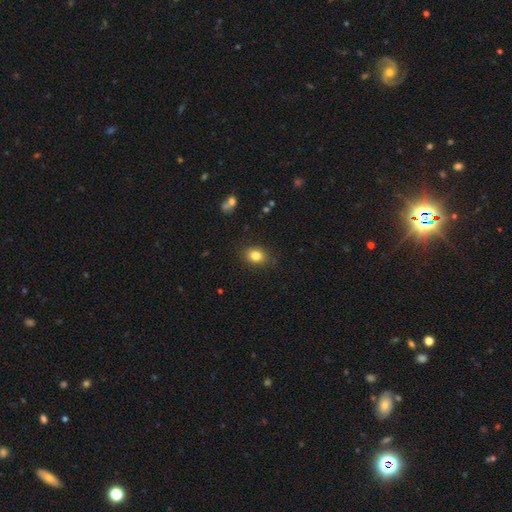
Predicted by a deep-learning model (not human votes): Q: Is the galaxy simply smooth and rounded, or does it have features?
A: smooth — 82%.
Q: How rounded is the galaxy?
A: in between — 64%.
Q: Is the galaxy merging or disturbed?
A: none — 85%.